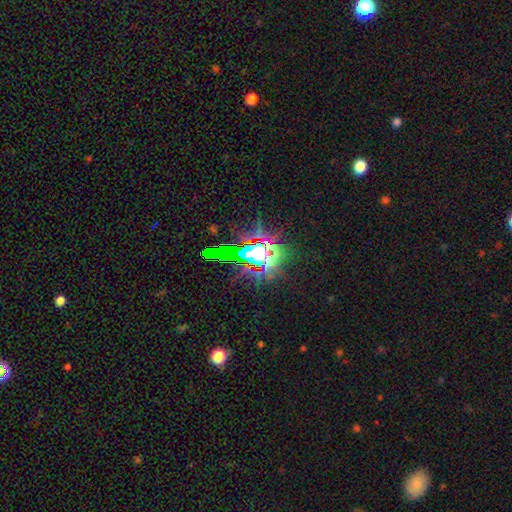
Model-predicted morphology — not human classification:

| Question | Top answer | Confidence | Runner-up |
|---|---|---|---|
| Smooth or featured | star or artifact | 70% | smooth (16%) |